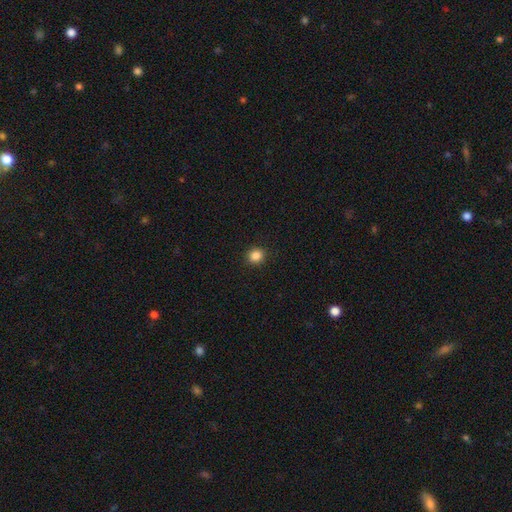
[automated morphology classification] Smooth or featured: smooth — 86% (star or artifact — 11%)
How rounded: round — 88% (in between — 12%)
Merging: none — 92% (minor disturbance — 5%)